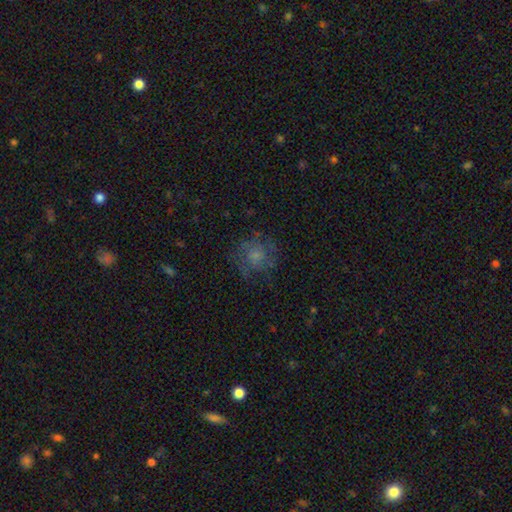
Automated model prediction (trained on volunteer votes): The model was most divided on "smooth or featured": smooth: 53%, featured or disk: 35%, star or artifact: 12%. More confident: how rounded — round (84%); merging — none (66%).